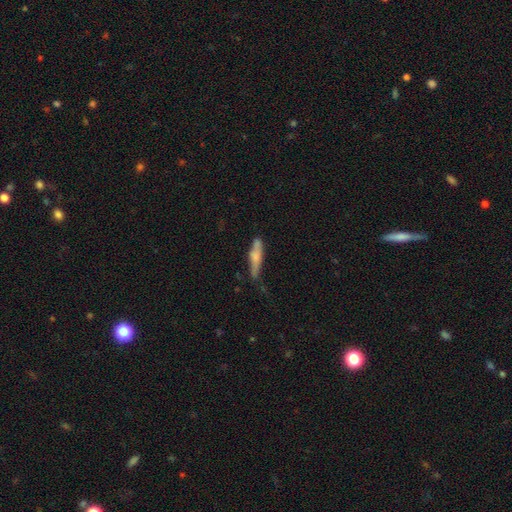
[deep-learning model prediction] Overall: smooth (58%; featured or disk 36%). How rounded: cigar-shaped (81%). Merging: none (63%; minor disturbance 25%).